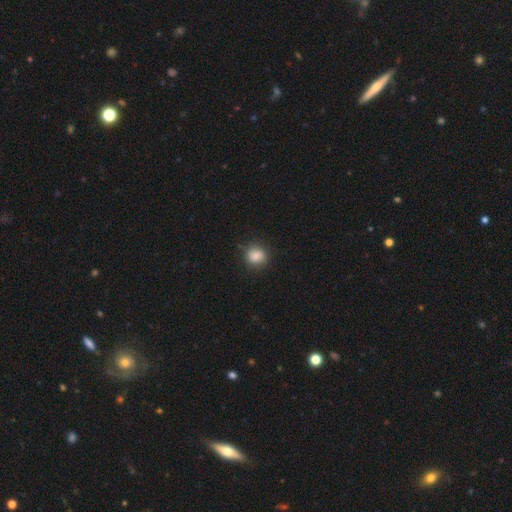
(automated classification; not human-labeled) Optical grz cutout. It shows a smooth galaxy with no disk features (84%) that is round (77%). Merging: none (80%).